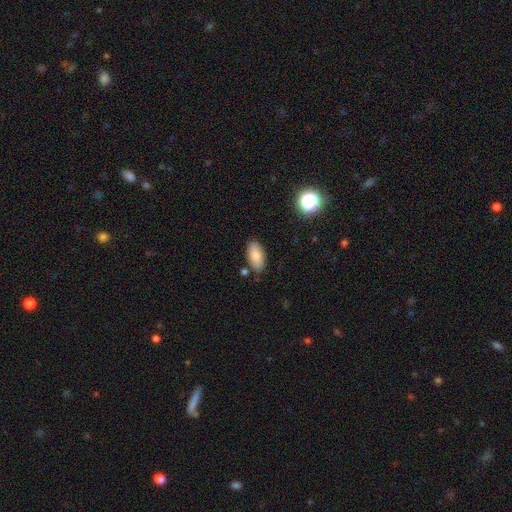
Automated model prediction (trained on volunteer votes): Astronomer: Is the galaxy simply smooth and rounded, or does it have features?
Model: smooth — 82%.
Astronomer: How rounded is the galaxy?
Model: in between — 92%.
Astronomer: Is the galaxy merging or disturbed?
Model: none — 82%.